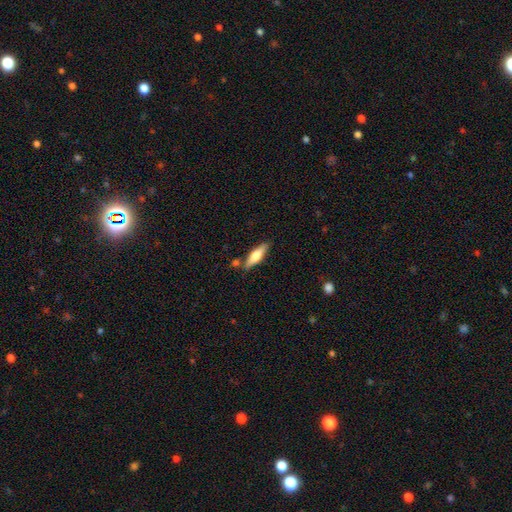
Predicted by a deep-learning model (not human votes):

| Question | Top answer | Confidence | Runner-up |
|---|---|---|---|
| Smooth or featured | smooth | 59% | featured or disk (35%) |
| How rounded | cigar-shaped | 64% | in between (34%) |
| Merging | none | 79% | minor disturbance (13%) |